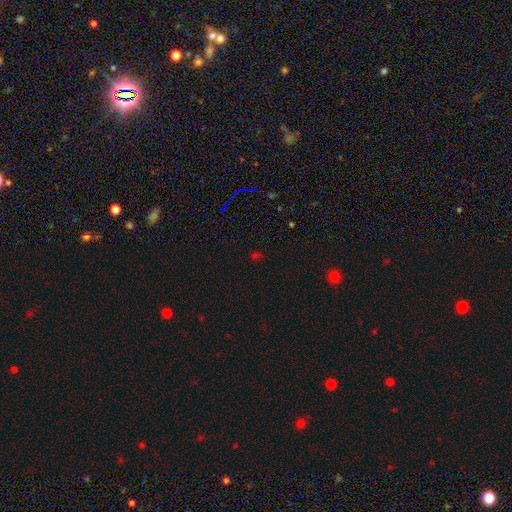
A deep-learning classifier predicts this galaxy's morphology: smooth-or-featured: star or artifact: 61% | smooth: 31% | featured or disk: 8%